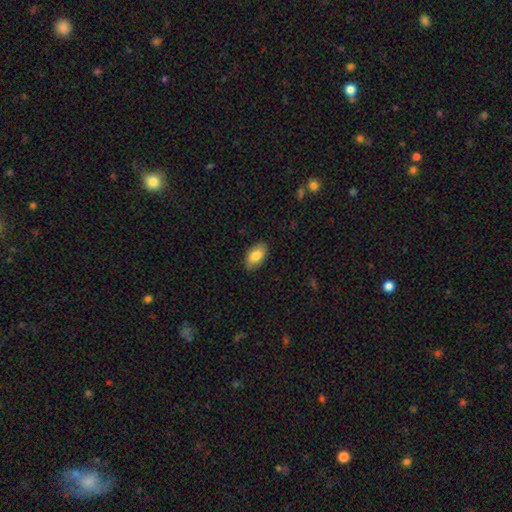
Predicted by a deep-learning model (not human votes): Morphology: type=smooth (83%); roundness=in between (94%); merging=none (87%).